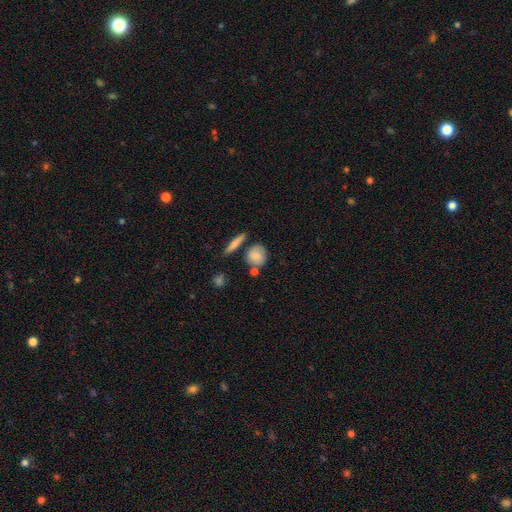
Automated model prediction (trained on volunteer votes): Smooth or featured? smooth (80%)
How rounded? round (69%)
Merging? none (64%)